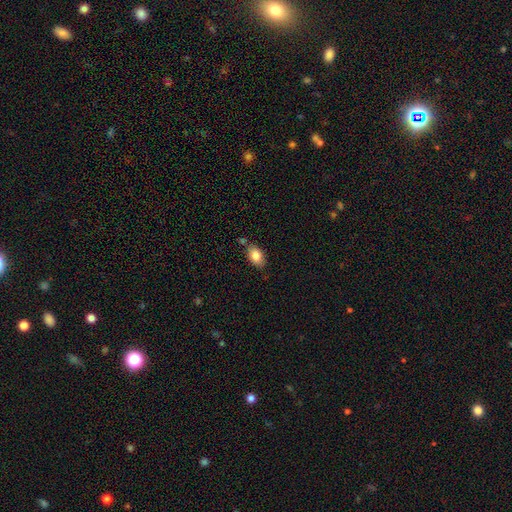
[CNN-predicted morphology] This appears to be a smooth galaxy with no disk features (83%) that is in between round and cigar-shaped (88%). Merging: none (75%).